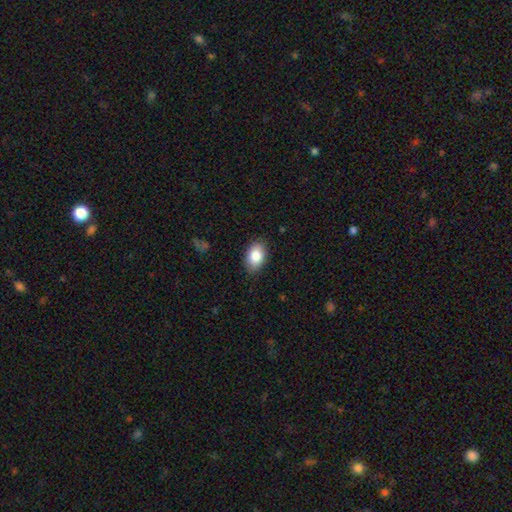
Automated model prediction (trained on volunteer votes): This appears to be a smooth galaxy with no disk features (85%) that is in between round and cigar-shaped (89%). Merging: none (86%).